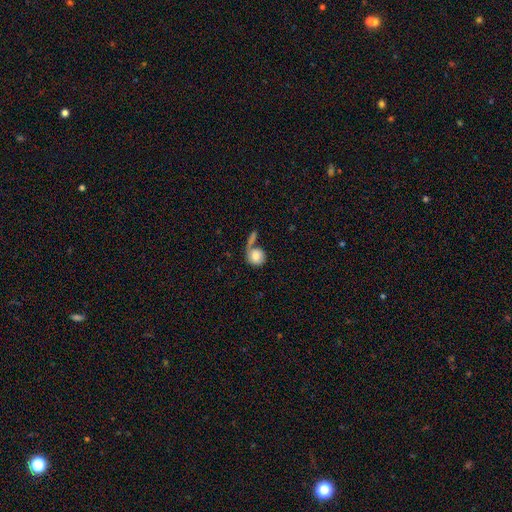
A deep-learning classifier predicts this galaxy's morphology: smooth_or_featured: smooth (p=0.75) [alt: featured or disk p=0.18]
how_rounded: round (p=0.83) [alt: in between p=0.16]
merging: none (p=0.37) [alt: merger p=0.32]